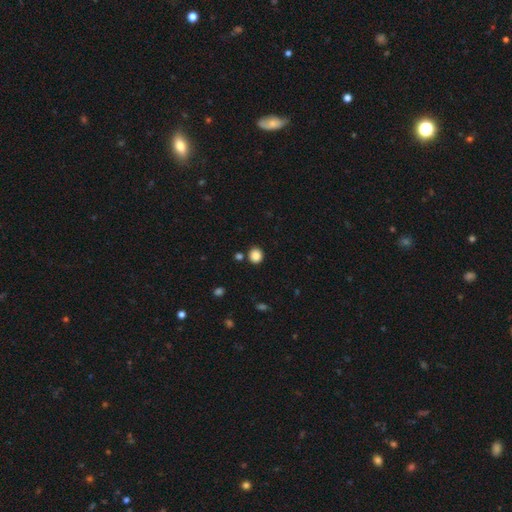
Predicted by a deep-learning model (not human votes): smooth 86%, star or artifact 10%, featured or disk 4%. Down the decision tree: how rounded — round (83%); merging — none (86%).